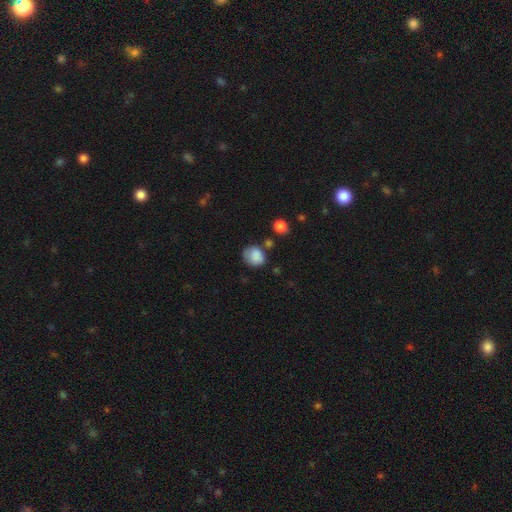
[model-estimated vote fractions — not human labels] Morphology: type=smooth (82%); roundness=round (63%); merging=none (59%).